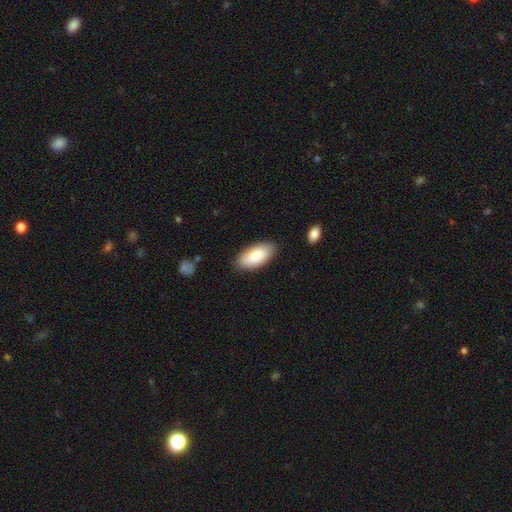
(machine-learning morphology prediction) smooth-or-featured: smooth: 88% | featured or disk: 7% | star or artifact: 6%
  how-rounded: in between: 92% | cigar-shaped: 7% | round: 2%
  merging: none: 84% | minor disturbance: 11% | major disturbance: 3% | merger: 2%